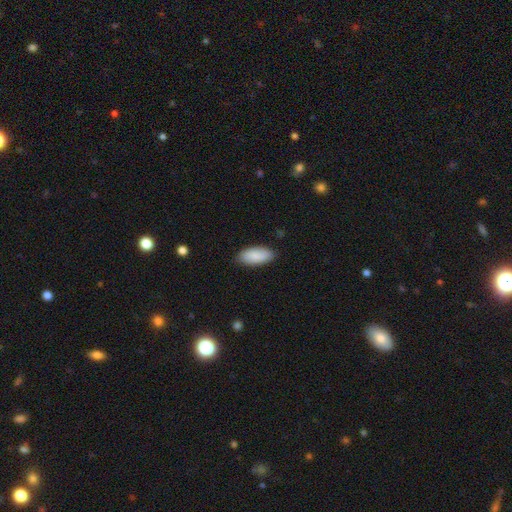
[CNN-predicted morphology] The model was most divided on "merging": none: 85%, minor disturbance: 12%, major disturbance: 2%, merger: 1%. More confident: how rounded — in between (90%); smooth or featured — smooth (88%).